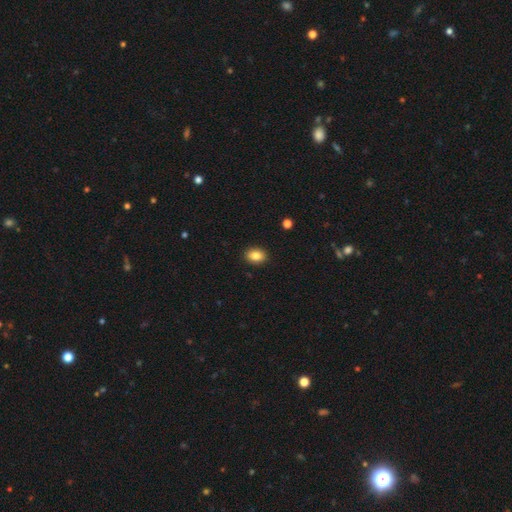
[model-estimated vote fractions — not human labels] Smooth or featured?
  - smooth: 85% *
  - star or artifact: 9%
  - featured or disk: 6%
How rounded?
  - in between: 70% *
  - round: 29%
  - cigar-shaped: 1%
Merging?
  - none: 90% *
  - minor disturbance: 7%
  - major disturbance: 2%
  - merger: 1%